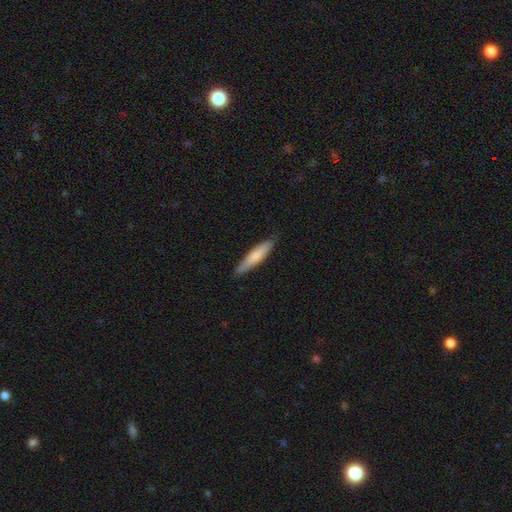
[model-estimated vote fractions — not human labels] This appears to be a smooth galaxy with no disk features (74%) that is cigar-shaped (84%). Merging: none (85%).